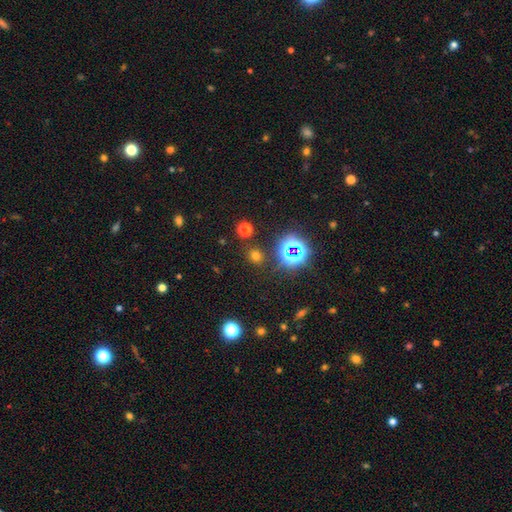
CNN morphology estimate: smooth-or-featured: smooth: 63% | star or artifact: 31% | featured or disk: 6%
  how-rounded: round: 78% | in between: 21% | cigar-shaped: 1%
  merging: none: 84% | minor disturbance: 8% | merger: 4% | major disturbance: 4%